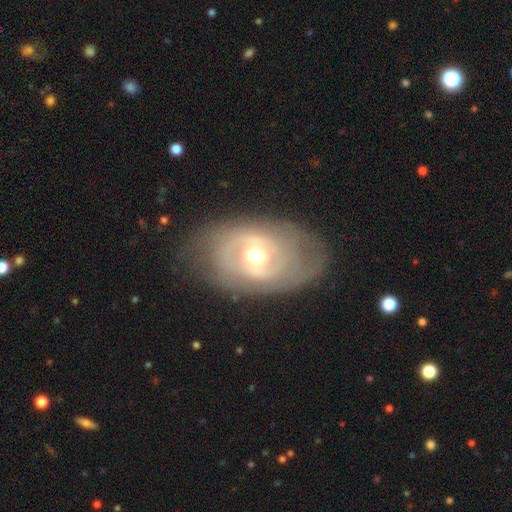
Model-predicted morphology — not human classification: Overall: featured or disk (80%). Edge-on disk: no (95%). Bar: weak (43%; no 40%). Spiral arms: yes (80%). Spiral arm count: 2 (44%; can't tell 37%). Spiral winding: tight (62%; medium 28%). Bulge size: moderate (61%; small 33%). Merging: none (74%).